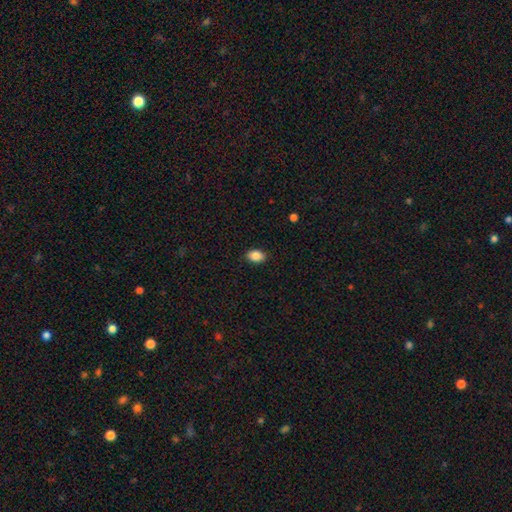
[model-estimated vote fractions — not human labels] A smooth galaxy with no disk features (87%) that is in between round and cigar-shaped (84%). Merging: none (88%).